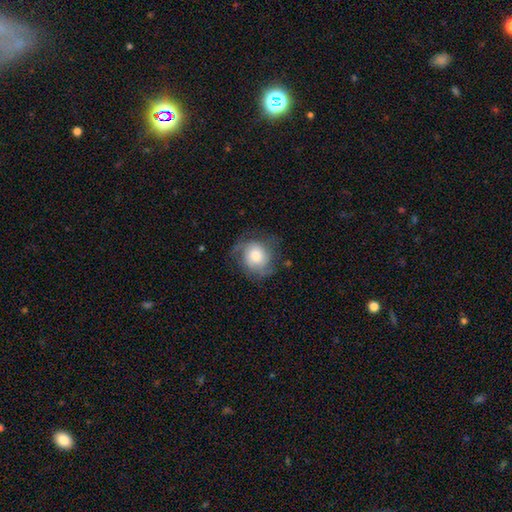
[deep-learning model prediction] A featured or disk galaxy (52%) with no bar (75%), spiral arms (86%) and a large central bulge (40%). Merging: none (62%).